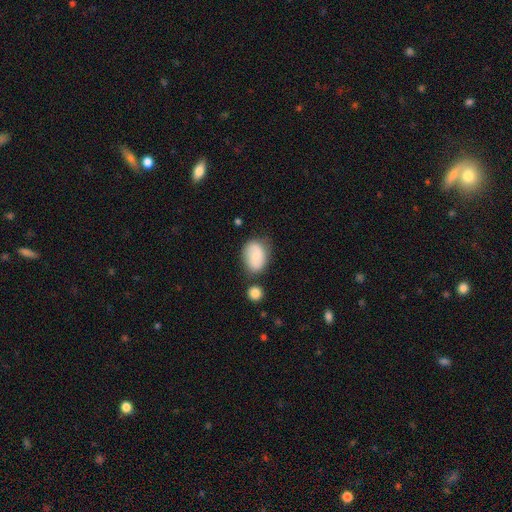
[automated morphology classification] Smooth or featured: smooth — 70% (featured or disk — 22%)
How rounded: in between — 81% (round — 17%)
Merging: none — 58% (minor disturbance — 24%)